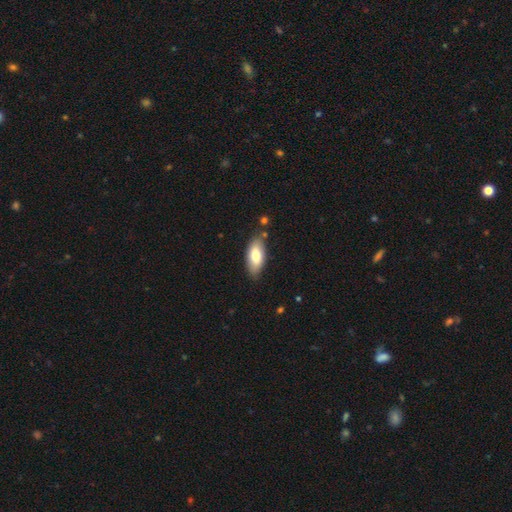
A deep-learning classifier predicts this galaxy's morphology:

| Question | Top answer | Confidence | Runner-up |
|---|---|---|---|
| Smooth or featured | smooth | 76% | featured or disk (18%) |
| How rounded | in between | 87% | cigar-shaped (11%) |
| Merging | none | 79% | minor disturbance (14%) |